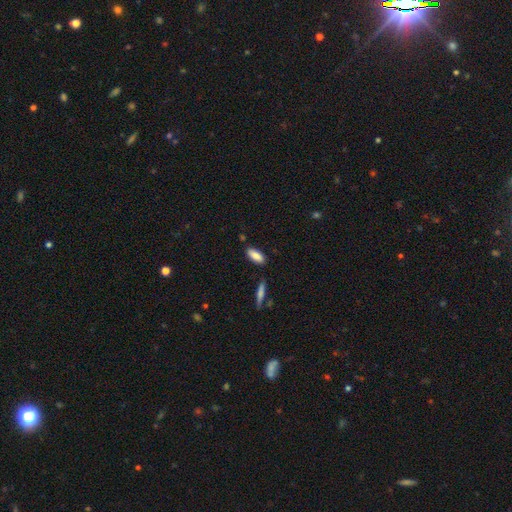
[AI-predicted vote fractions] A smooth galaxy with no disk features (85%) that is in between round and cigar-shaped (74%).

Vote fractions:
- Smooth or featured? smooth: 85% / featured or disk: 9% / star or artifact: 6%
- How rounded? in between: 74% / cigar-shaped: 24% / round: 2%
- Merging? none: 84% / minor disturbance: 11% / merger: 3% / major disturbance: 2%